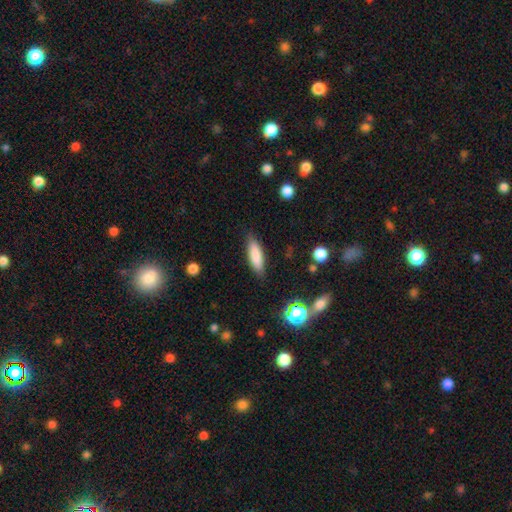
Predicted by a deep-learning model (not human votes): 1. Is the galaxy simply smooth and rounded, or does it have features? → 82% smooth, 11% featured or disk, 7% star or artifact.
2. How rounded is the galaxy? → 56% cigar-shaped, 42% in between, 2% round.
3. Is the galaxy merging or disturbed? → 85% none, 11% minor disturbance, 2% major disturbance, 1% merger.